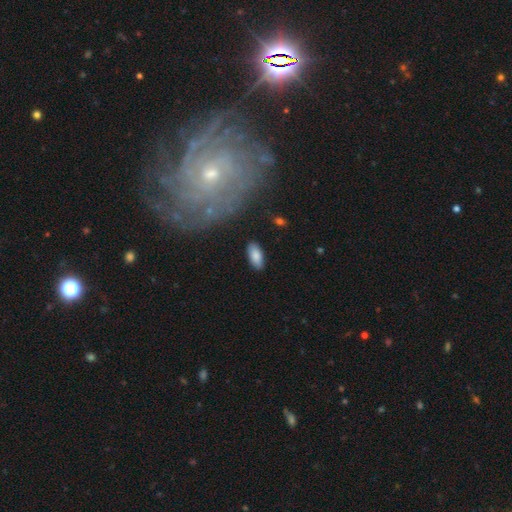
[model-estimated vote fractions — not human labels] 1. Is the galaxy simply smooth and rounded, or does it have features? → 86% smooth, 8% featured or disk, 6% star or artifact.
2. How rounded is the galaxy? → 89% in between, 9% cigar-shaped, 2% round.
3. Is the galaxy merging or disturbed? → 86% none, 10% minor disturbance, 2% major disturbance, 2% merger.